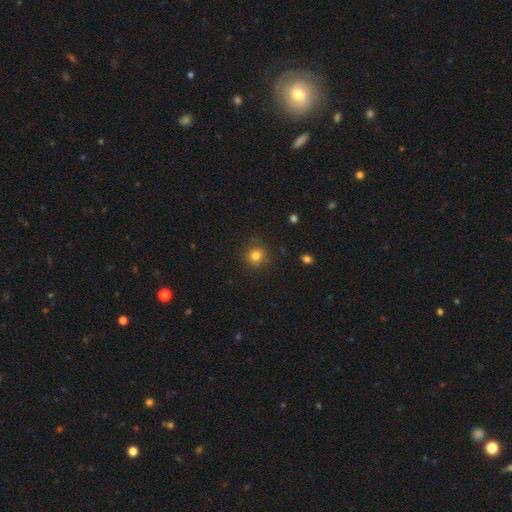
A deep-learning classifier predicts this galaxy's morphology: A smooth galaxy with no disk features (81%) that is round (88%). Merging: none (83%).